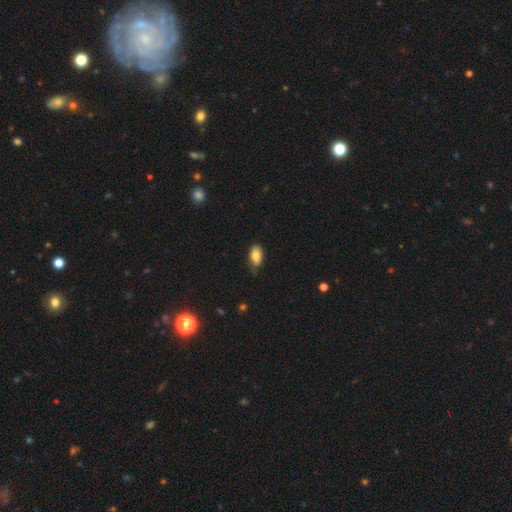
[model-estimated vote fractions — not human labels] smooth-or-featured: smooth: 80% | featured or disk: 12% | star or artifact: 7%
  how-rounded: in between: 91% | cigar-shaped: 5% | round: 4%
  merging: none: 66% | minor disturbance: 28% | major disturbance: 5% | merger: 1%